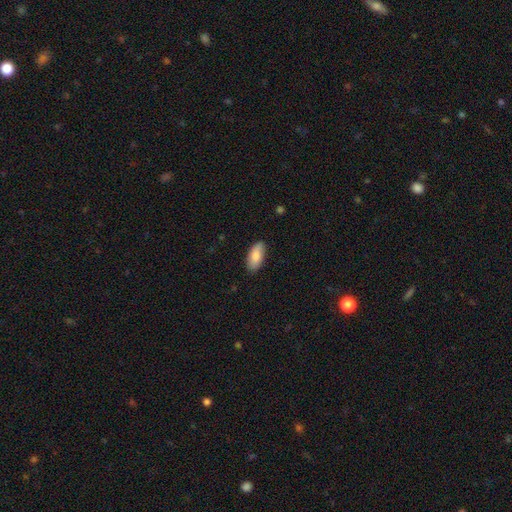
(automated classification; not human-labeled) Q: Smooth or featured?
A: smooth (84%); runner-up: featured or disk (10%)
Q: How rounded?
A: in between (91%); runner-up: cigar-shaped (7%)
Q: Merging?
A: none (86%); runner-up: minor disturbance (11%)